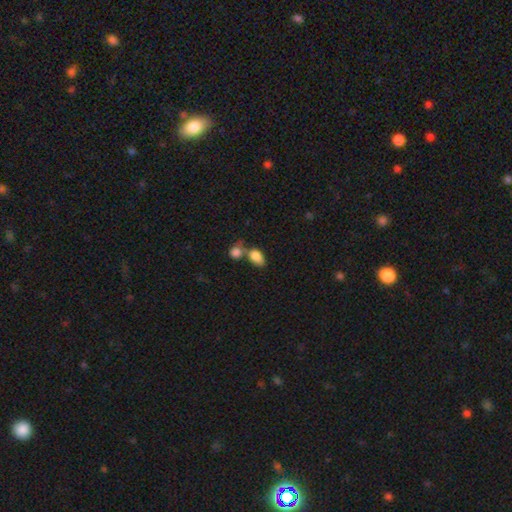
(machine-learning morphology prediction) Smooth or featured?
  - smooth: 85% *
  - featured or disk: 8%
  - star or artifact: 8%
How rounded?
  - in between: 84% *
  - round: 14%
  - cigar-shaped: 2%
Merging?
  - merger: 54% *
  - none: 31%
  - minor disturbance: 10%
  - major disturbance: 5%